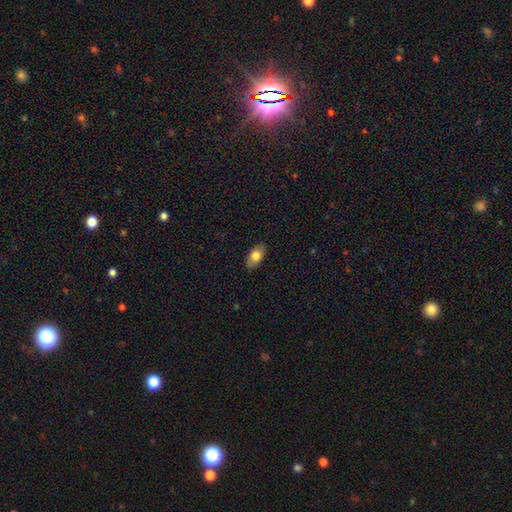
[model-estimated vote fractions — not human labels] Smooth or featured? Predicted: smooth (p=0.79). How rounded? Predicted: in between (p=0.92). Merging? Predicted: none (p=0.87).